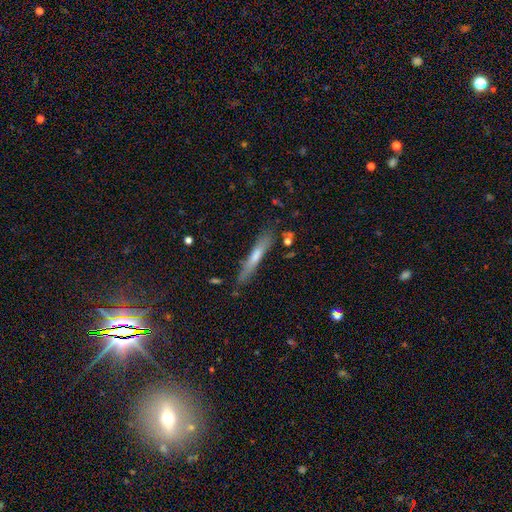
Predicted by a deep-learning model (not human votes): Smooth or featured: smooth — 53% (featured or disk — 39%)
How rounded: cigar-shaped — 94% (in between — 4%)
Merging: none — 80% (minor disturbance — 14%)